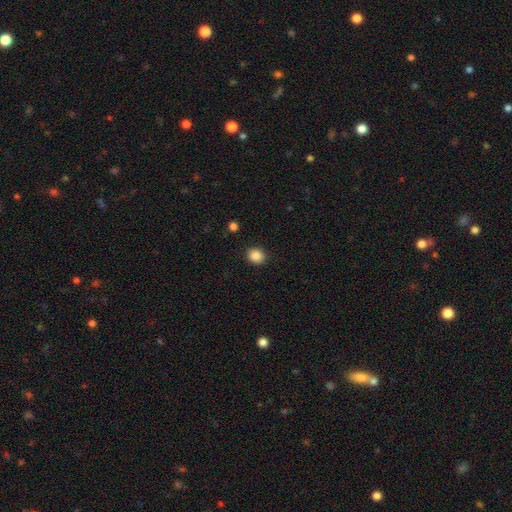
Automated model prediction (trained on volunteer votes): Smooth or featured? Predicted: smooth (p=0.87). How rounded? Predicted: round (p=0.71). Merging? Predicted: none (p=0.90).